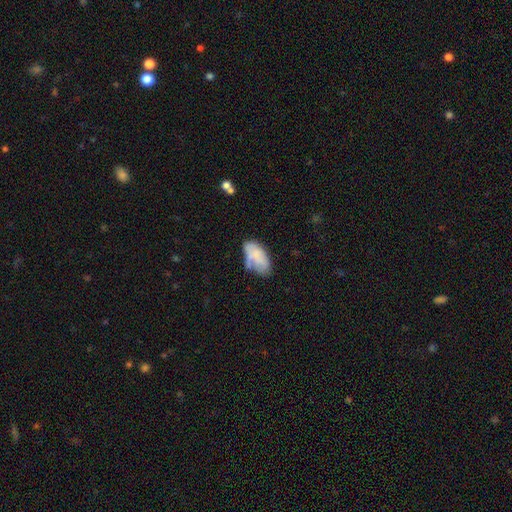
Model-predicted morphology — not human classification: Overall: smooth (68%). How rounded: in between (94%). Merging: none (38%; minor disturbance 32%).